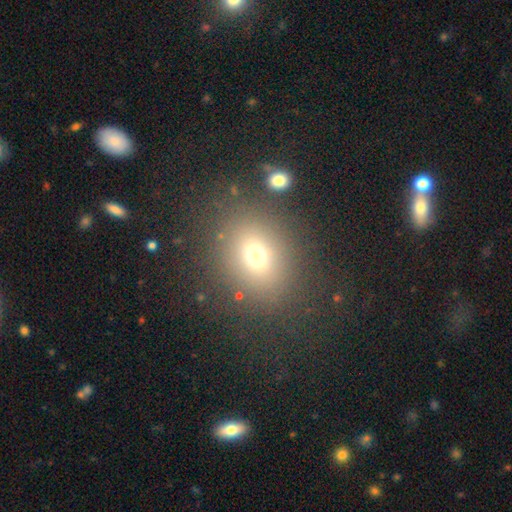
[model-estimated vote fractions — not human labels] Smooth or featured: smooth — 71% (star or artifact — 18%)
How rounded: round — 51% (in between — 48%)
Merging: none — 81% (minor disturbance — 10%)